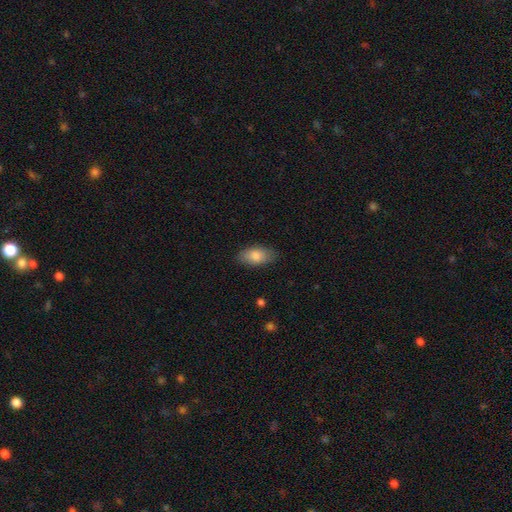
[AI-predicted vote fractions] smooth 83%, featured or disk 11%, star or artifact 7%. Down the decision tree: how rounded — in between (92%); merging — none (83%).